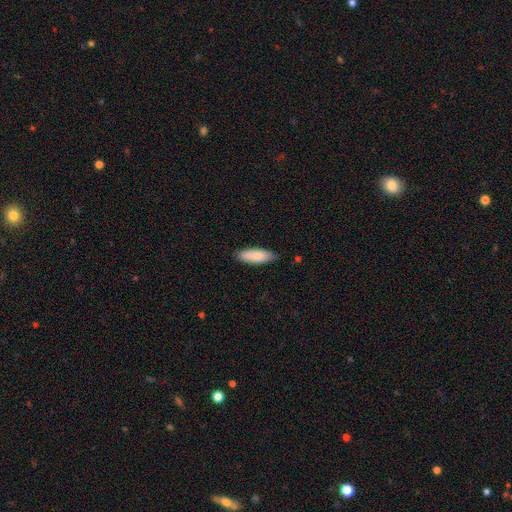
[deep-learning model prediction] This is clearly a smooth galaxy (85%). How rounded: likely in between (65%). Merging: clearly none (83%).